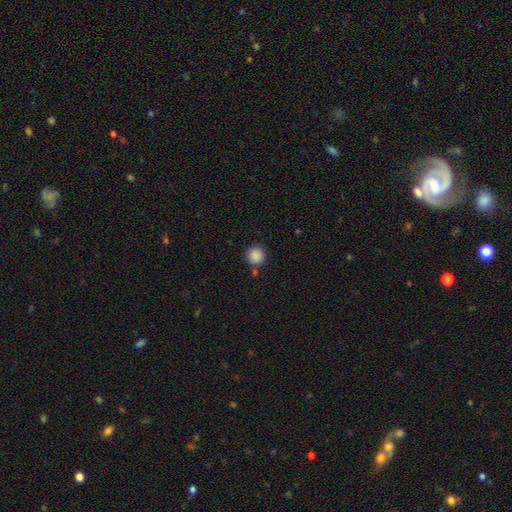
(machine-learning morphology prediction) The model was most divided on "merging": none: 83%, minor disturbance: 8%, merger: 6%, major disturbance: 3%. More confident: how rounded — round (94%); smooth or featured — smooth (88%).